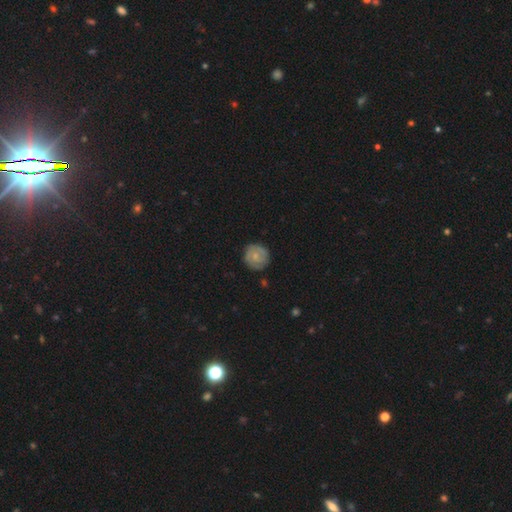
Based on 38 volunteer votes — Smooth or featured: featured or disk — 76% (smooth — 18%)
Edge-on disk: no — 97% (yes — 3%)
Bar: no — 82% (weak — 18%)
Spiral arms: yes — 82% (no — 18%)
Spiral winding: tight — 70% (medium — 17%)
Spiral arm count: 2 — 48% (can't tell — 26%)
Bulge size: small — 50% (moderate — 39%)
Merging: none — 83% (minor disturbance — 14%)